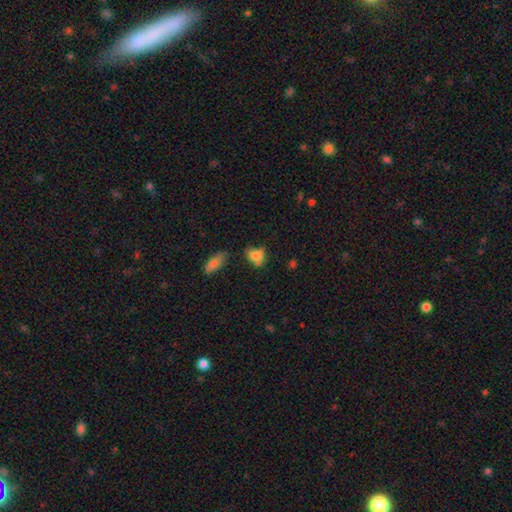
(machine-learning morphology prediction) A smooth galaxy with no disk features (76%) that is in between round and cigar-shaped (67%).

Vote fractions:
- Smooth or featured? smooth: 76% / featured or disk: 13% / star or artifact: 11%
- How rounded? in between: 67% / round: 30% / cigar-shaped: 3%
- Merging? none: 44% / minor disturbance: 32% / major disturbance: 15% / merger: 10%